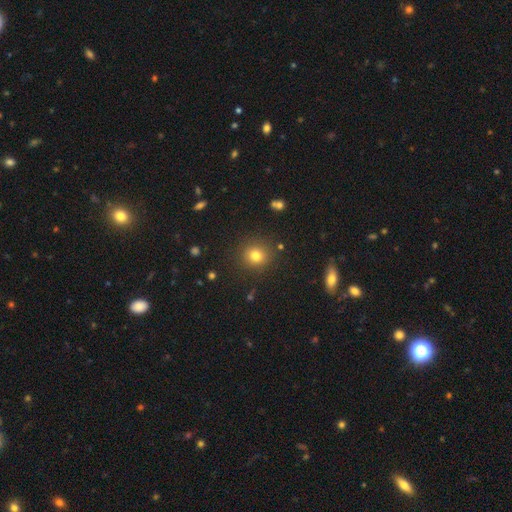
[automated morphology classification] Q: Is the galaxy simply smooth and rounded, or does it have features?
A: smooth — 79%.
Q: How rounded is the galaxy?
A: round — 89%.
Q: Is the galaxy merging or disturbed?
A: none — 87%.